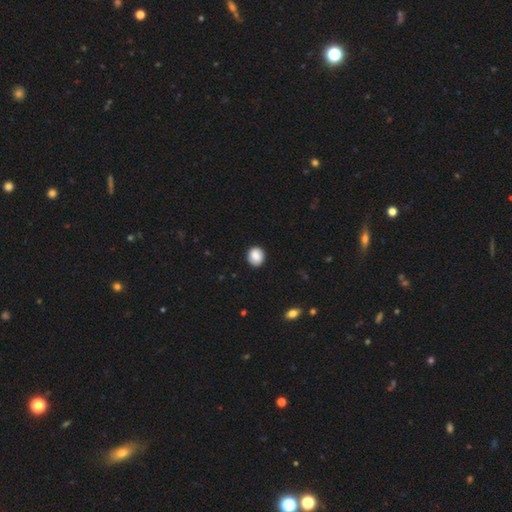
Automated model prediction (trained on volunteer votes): Overall: smooth (86%). How rounded: round (73%). Merging: none (89%).